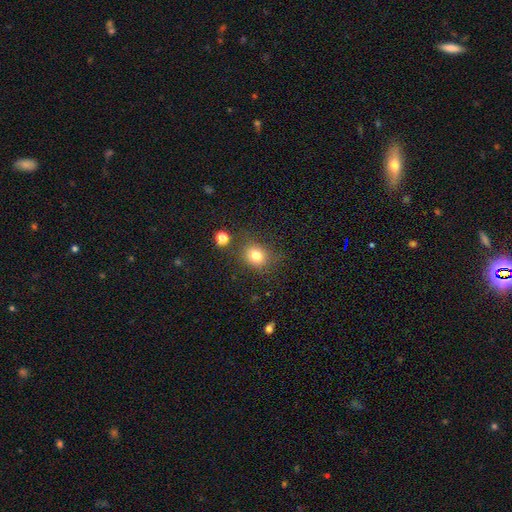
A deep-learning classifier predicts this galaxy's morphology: type=smooth (79%); roundness=round (69%); merging=none (76%).